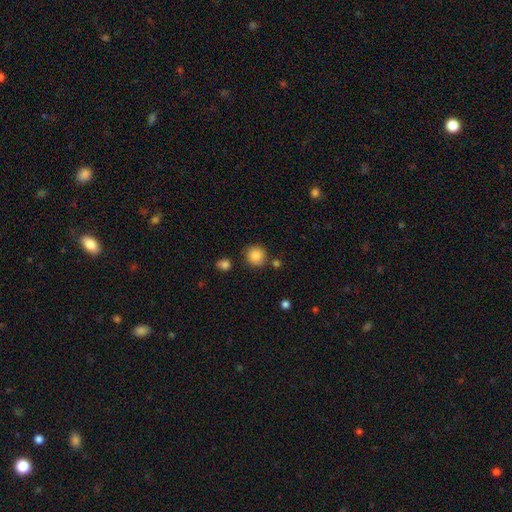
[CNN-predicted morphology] Q: Smooth or featured?
A: smooth (86%); runner-up: star or artifact (9%)
Q: How rounded?
A: round (92%); runner-up: in between (7%)
Q: Merging?
A: none (83%); runner-up: minor disturbance (9%)